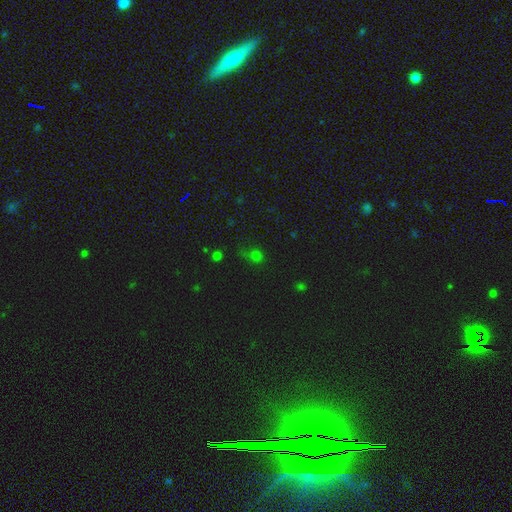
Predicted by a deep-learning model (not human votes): smooth-or-featured: smooth: 61% | star or artifact: 33% | featured or disk: 6%
  how-rounded: round: 73% | in between: 26% | cigar-shaped: 2%
  merging: none: 60% | minor disturbance: 22% | major disturbance: 12% | merger: 6%